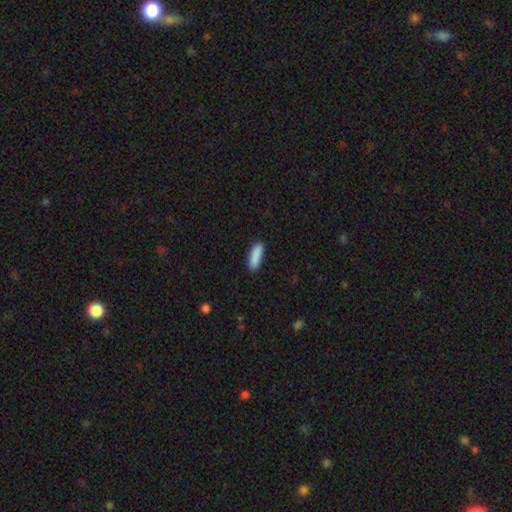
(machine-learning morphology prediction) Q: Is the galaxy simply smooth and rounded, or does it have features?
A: smooth — 90%.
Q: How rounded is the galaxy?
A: in between — 61%.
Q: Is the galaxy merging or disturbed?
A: none — 86%.